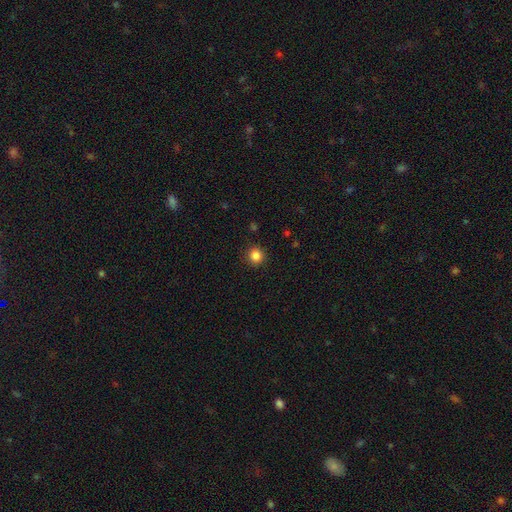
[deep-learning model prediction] This is clearly a smooth galaxy (85%). How rounded: clearly round (93%). Merging: clearly none (91%).